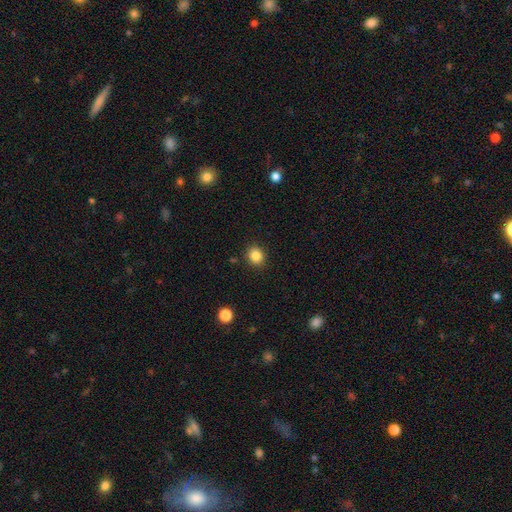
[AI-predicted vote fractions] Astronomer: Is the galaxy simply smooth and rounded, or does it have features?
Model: smooth — 85%.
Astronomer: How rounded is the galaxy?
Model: round — 80%.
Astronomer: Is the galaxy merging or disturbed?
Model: none — 90%.